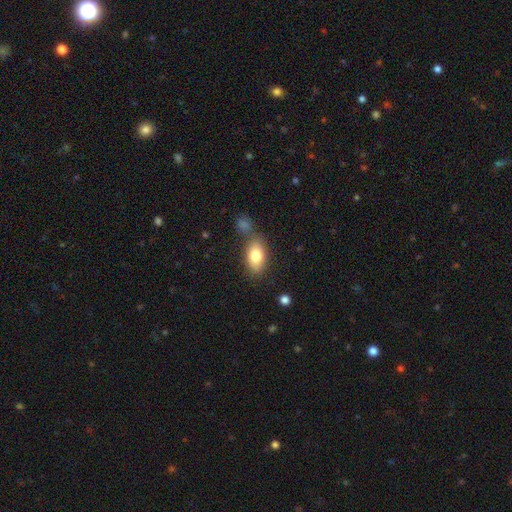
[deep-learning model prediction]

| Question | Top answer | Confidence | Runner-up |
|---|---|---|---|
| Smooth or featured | smooth | 79% | featured or disk (14%) |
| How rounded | in between | 89% | round (8%) |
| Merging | none | 67% | merger (14%) |